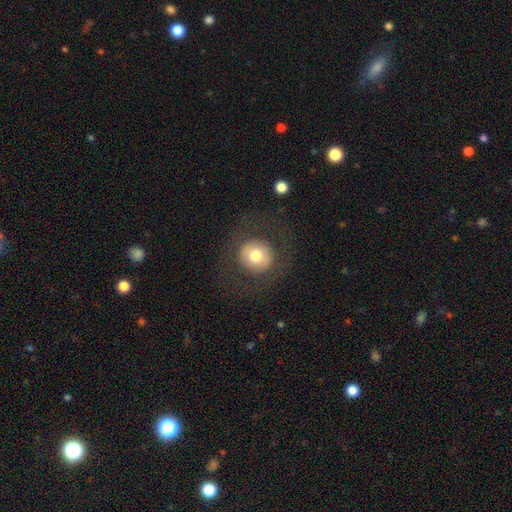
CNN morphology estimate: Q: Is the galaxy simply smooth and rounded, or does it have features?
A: smooth — 68%.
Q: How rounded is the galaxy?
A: round — 92%.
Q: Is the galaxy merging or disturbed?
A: none — 83%.